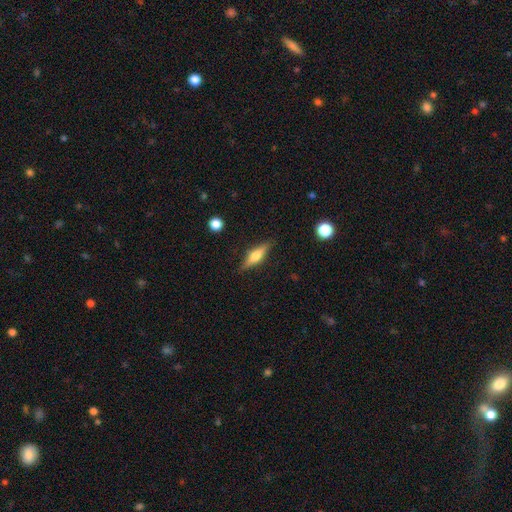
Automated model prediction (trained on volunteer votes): Smooth or featured? Predicted: featured or disk (p=0.51). Edge-on disk? Predicted: yes (p=0.94). Merging? Predicted: none (p=0.85).